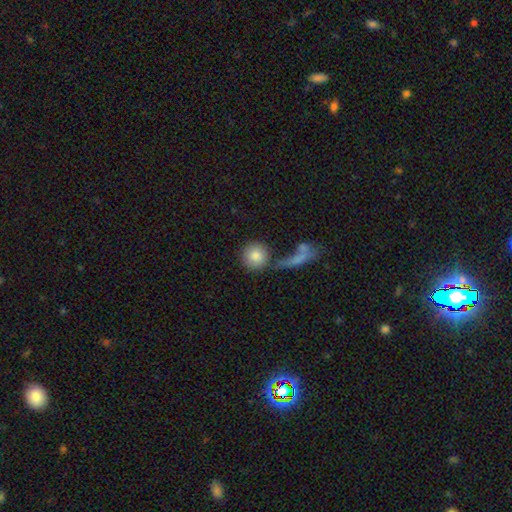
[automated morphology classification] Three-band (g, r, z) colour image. It shows a smooth galaxy with no disk features (84%) that is round (92%). Merging: none (69%).